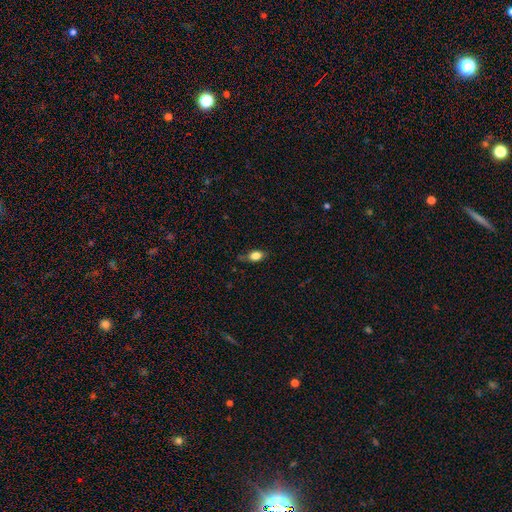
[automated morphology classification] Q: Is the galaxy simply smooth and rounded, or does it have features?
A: smooth — 82%.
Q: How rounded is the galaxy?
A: in between — 83%.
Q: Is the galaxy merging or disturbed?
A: none — 68%.